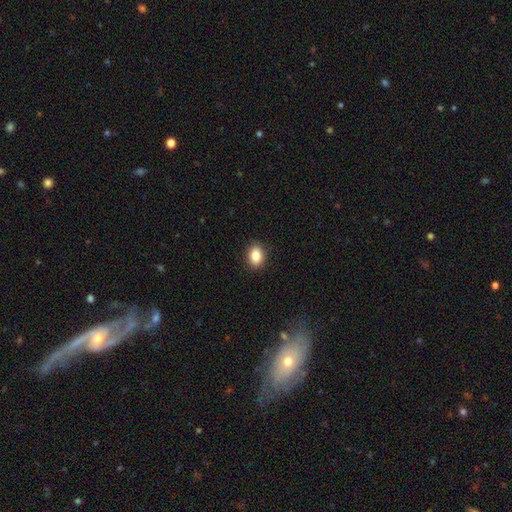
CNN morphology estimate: Smooth or featured?
  - smooth: 86% *
  - star or artifact: 9%
  - featured or disk: 5%
How rounded?
  - in between: 73% *
  - round: 25%
  - cigar-shaped: 1%
Merging?
  - none: 90% *
  - minor disturbance: 7%
  - major disturbance: 2%
  - merger: 1%